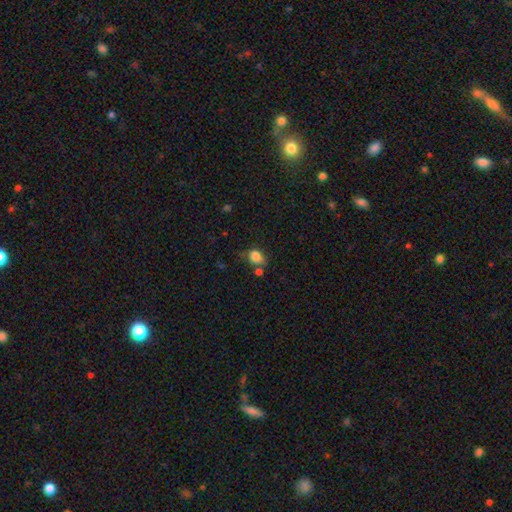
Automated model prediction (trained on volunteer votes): Q: Smooth or featured?
A: smooth (82%); runner-up: star or artifact (11%)
Q: How rounded?
A: in between (63%); runner-up: round (36%)
Q: Merging?
A: none (49%); runner-up: minor disturbance (28%)